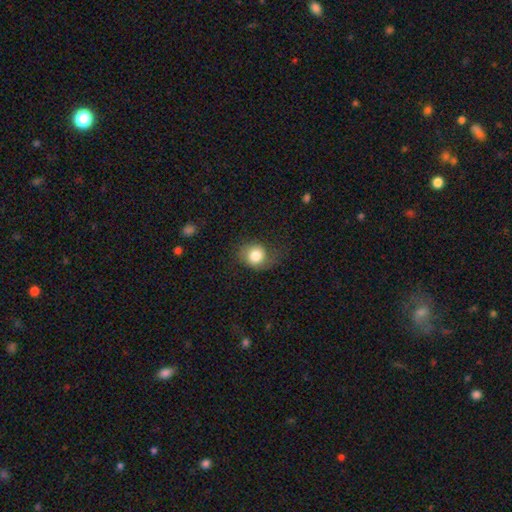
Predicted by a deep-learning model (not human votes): This is likely a smooth galaxy (78%). How rounded: likely round (73%). Merging: possibly none (59%).